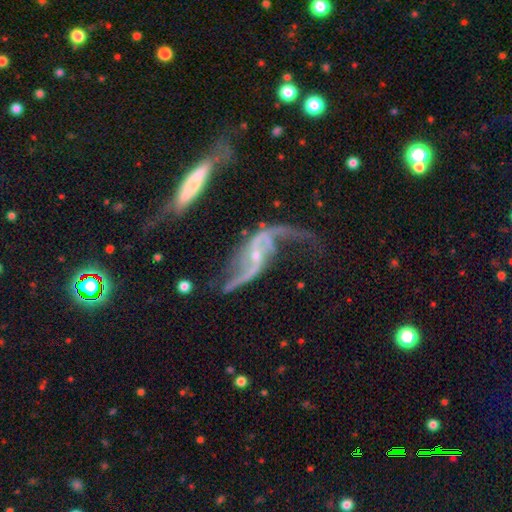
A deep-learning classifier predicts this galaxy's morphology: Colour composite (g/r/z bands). It shows a featured or disk galaxy (90%) with no bar (40%), 2 (91%) loose (84%) spiral arms (96%) and a small central bulge (73%). Merging: none (48%).